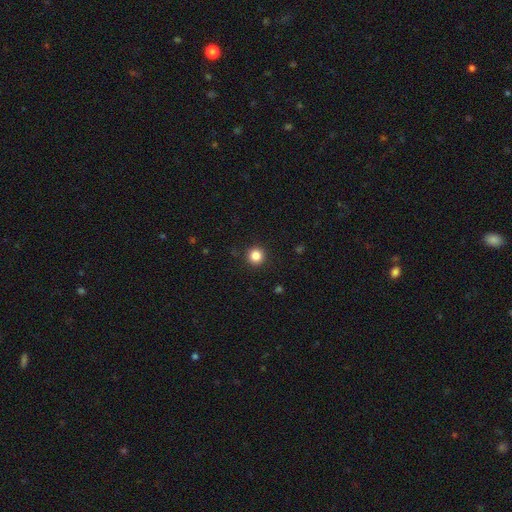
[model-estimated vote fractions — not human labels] smooth 85%, star or artifact 11%, featured or disk 4%. Down the decision tree: how rounded — round (96%); merging — none (92%).